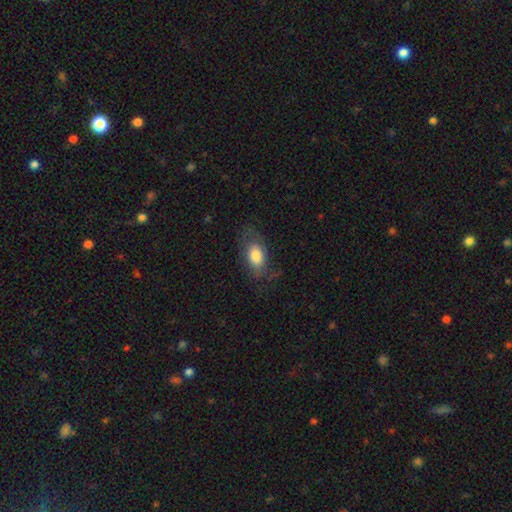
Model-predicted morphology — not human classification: Smooth or featured? smooth (74%)
How rounded? in between (90%)
Merging? none (61%)